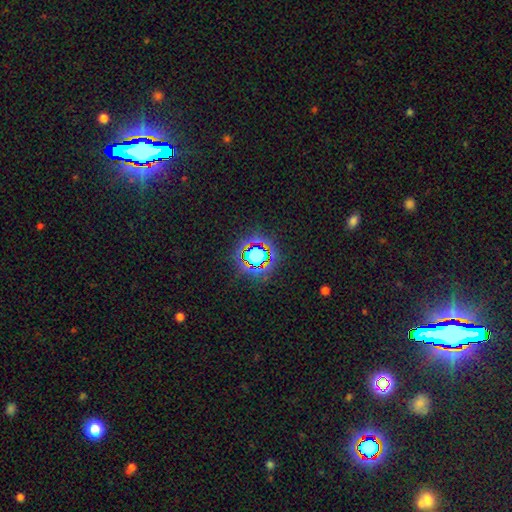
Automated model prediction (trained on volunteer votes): smooth_or_featured: star or artifact (p=0.64) [alt: smooth p=0.24]